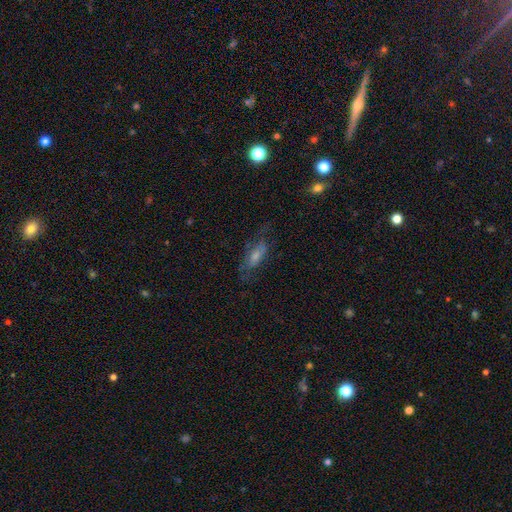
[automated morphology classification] smooth-or-featured: featured or disk: 53% | smooth: 32% | star or artifact: 14%
  disk-edge-on: no: 76% | yes: 24%
  merging: none: 63% | minor disturbance: 20% | major disturbance: 15% | merger: 2%